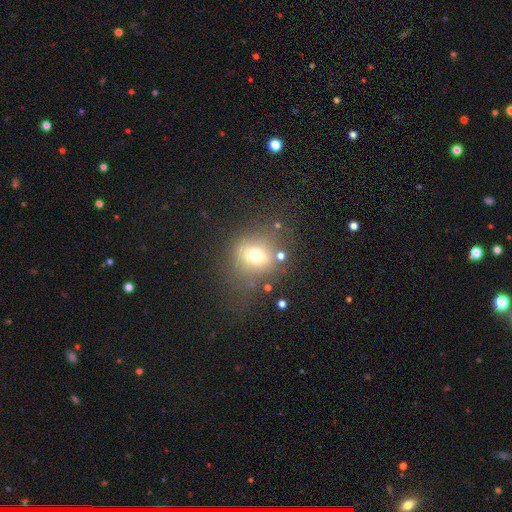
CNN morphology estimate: This appears to be a smooth galaxy with no disk features (65%) that is round (54%). Merging: none (63%).